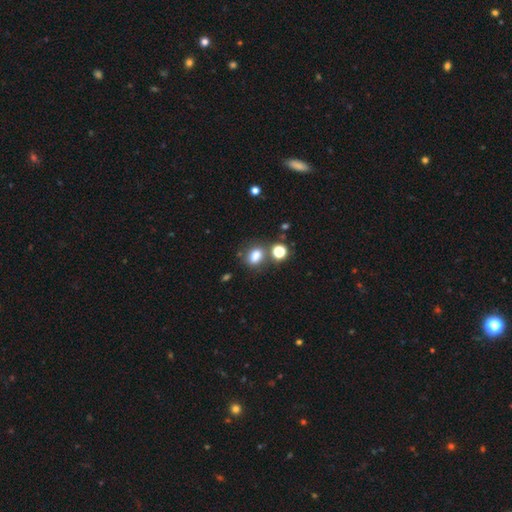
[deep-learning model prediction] smooth_or_featured: smooth (p=0.79) [alt: star or artifact p=0.14]
how_rounded: in between (p=0.68) [alt: round p=0.30]
merging: none (p=0.65) [alt: merger p=0.16]